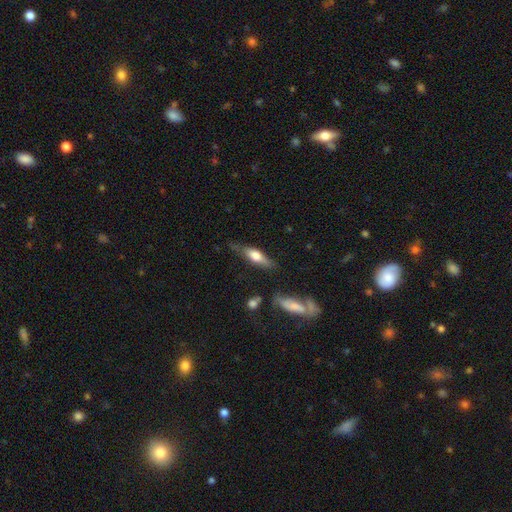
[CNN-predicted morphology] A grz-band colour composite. It shows a smooth galaxy with no disk features (55%) that is cigar-shaped (49%). Merging: none (62%).